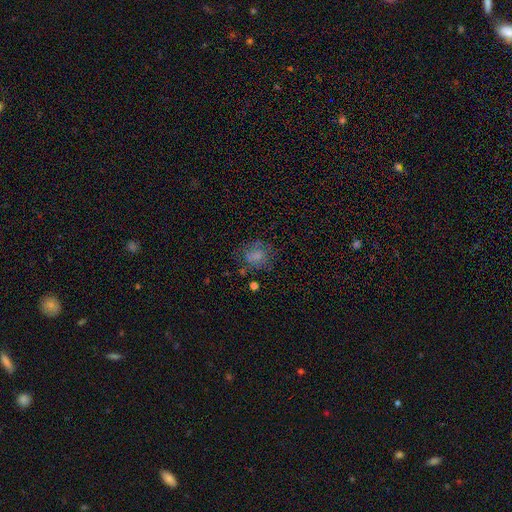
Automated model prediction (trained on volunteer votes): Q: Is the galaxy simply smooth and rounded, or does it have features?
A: smooth — 67%.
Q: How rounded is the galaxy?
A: round — 66%.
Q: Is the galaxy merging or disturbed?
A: none — 64%.